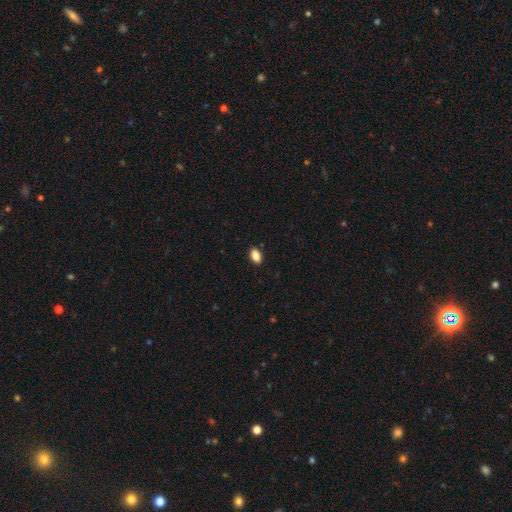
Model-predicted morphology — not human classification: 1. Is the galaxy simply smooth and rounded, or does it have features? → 86% smooth, 9% star or artifact, 5% featured or disk.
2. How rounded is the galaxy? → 89% in between, 9% round, 2% cigar-shaped.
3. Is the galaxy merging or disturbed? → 90% none, 8% minor disturbance, 2% major disturbance, 1% merger.